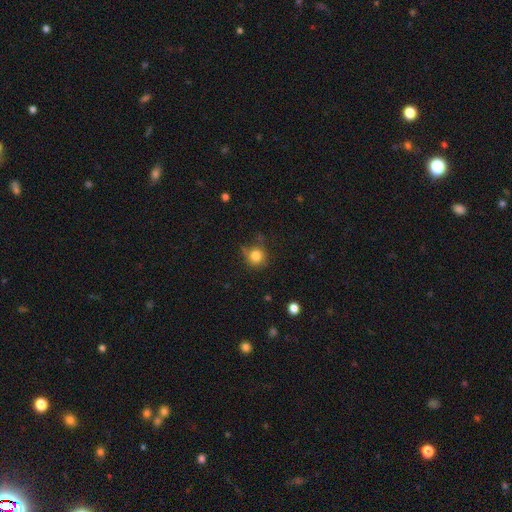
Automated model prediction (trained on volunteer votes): smooth-or-featured: smooth: 81% | star or artifact: 12% | featured or disk: 7%
  how-rounded: round: 90% | in between: 10% | cigar-shaped: 1%
  merging: none: 68% | minor disturbance: 22% | major disturbance: 7% | merger: 3%